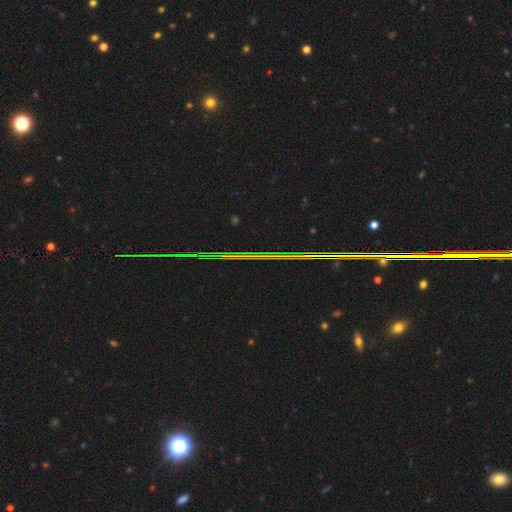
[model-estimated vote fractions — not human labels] star or artifact 85%, featured or disk 8%, smooth 7%.